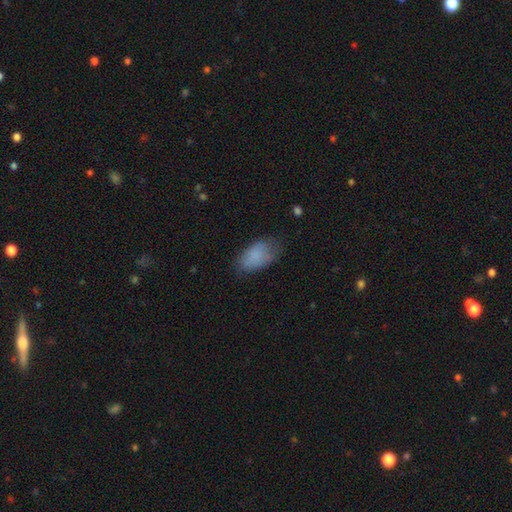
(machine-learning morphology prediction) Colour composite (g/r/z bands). It shows a smooth galaxy with no disk features (84%) that is in between round and cigar-shaped (93%). Merging: none (65%).